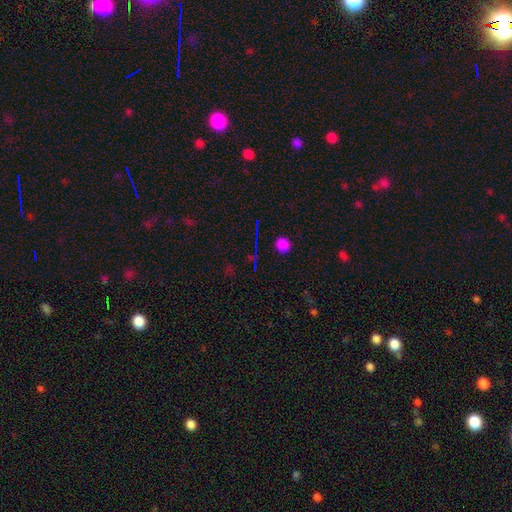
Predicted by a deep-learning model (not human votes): star or artifact 56%, smooth 36%, featured or disk 9%.